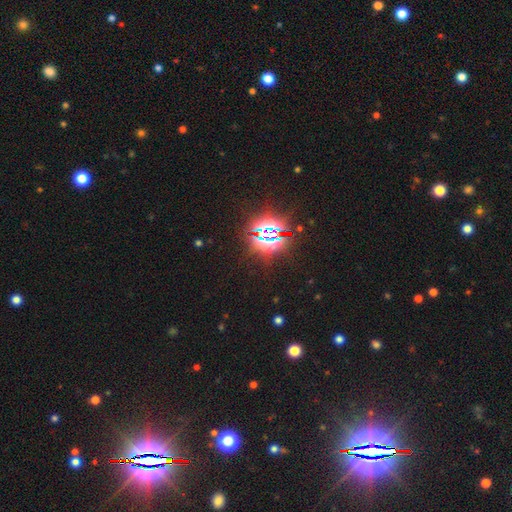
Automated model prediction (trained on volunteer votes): Q: Smooth or featured?
A: star or artifact (86%); runner-up: smooth (8%)